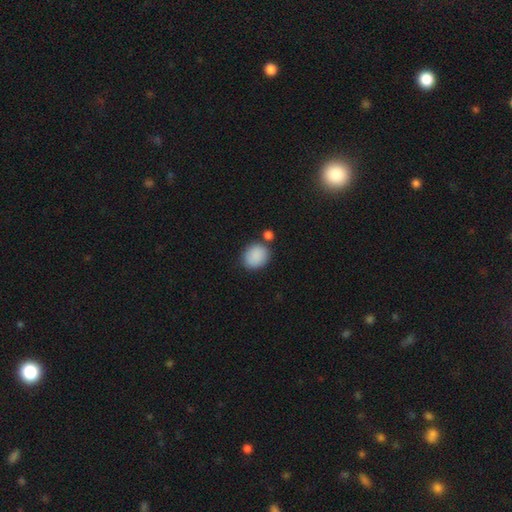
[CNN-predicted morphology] Smooth or featured? smooth (88%)
How rounded? round (63%)
Merging? none (70%)